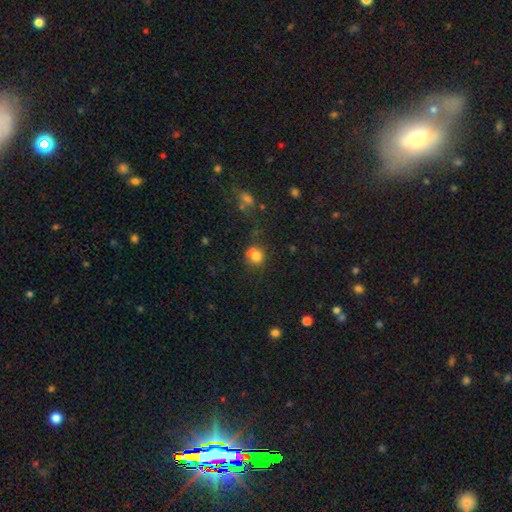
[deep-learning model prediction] The model was most divided on "merging": none: 52%, merger: 27%, minor disturbance: 15%, major disturbance: 6%. More confident: how rounded — round (83%); smooth or featured — smooth (75%).